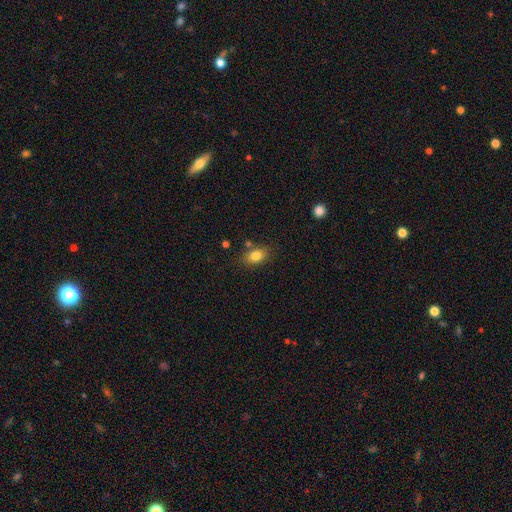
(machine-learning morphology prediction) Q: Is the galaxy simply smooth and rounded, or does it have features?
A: smooth — 82%.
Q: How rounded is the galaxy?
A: in between — 78%.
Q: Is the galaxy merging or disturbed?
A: none — 75%.